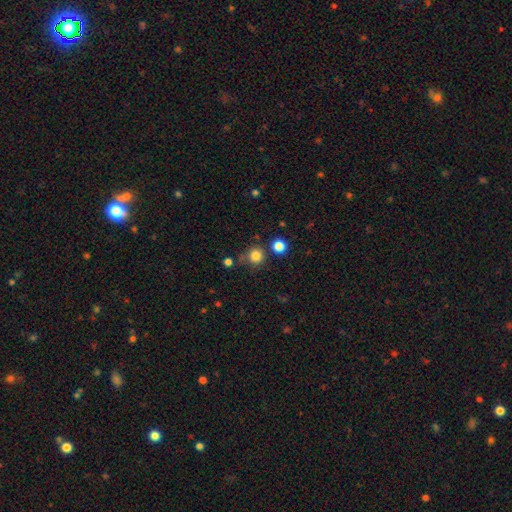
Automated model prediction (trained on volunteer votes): Morphology: type=smooth (81%); roundness=round (93%); merging=none (76%).